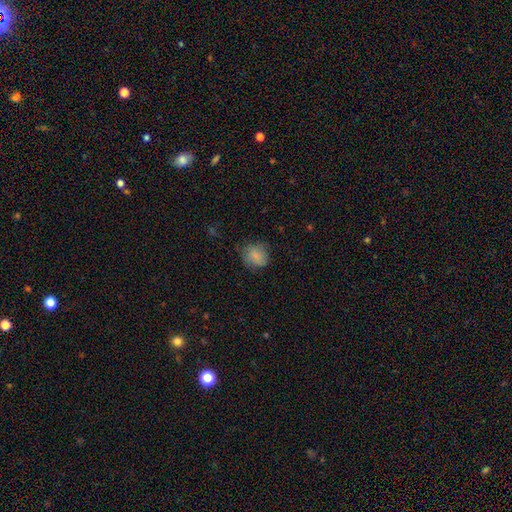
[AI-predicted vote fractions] Smooth or featured? Predicted: smooth (p=0.78). How rounded? Predicted: round (p=0.72). Merging? Predicted: none (p=0.63).